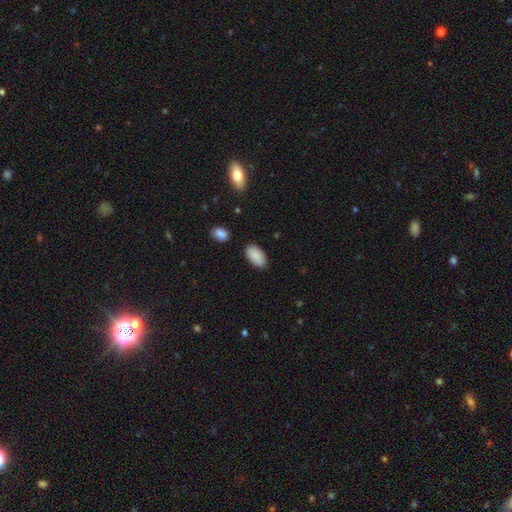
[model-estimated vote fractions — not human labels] Morphology: type=smooth (89%); roundness=in between (95%); merging=none (86%).